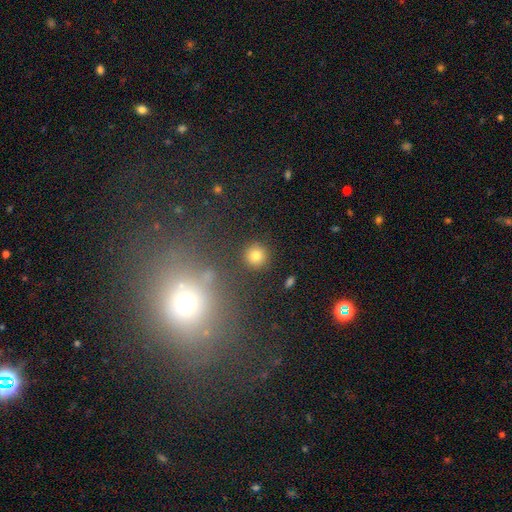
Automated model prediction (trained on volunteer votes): Overall: smooth (80%). How rounded: round (94%). Merging: none (89%).